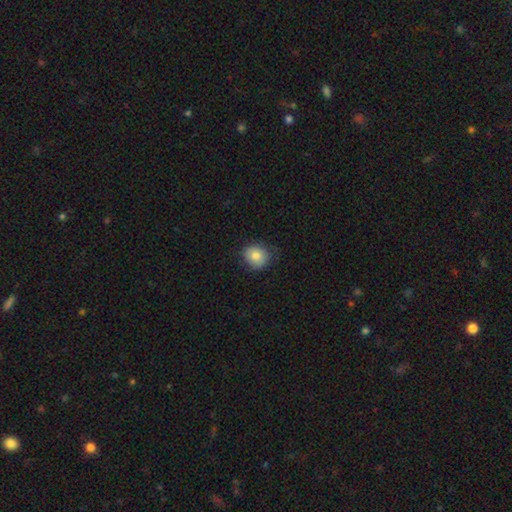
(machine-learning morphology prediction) Smooth or featured: smooth — 78% (featured or disk — 13%)
How rounded: round — 80% (in between — 19%)
Merging: none — 76% (minor disturbance — 19%)